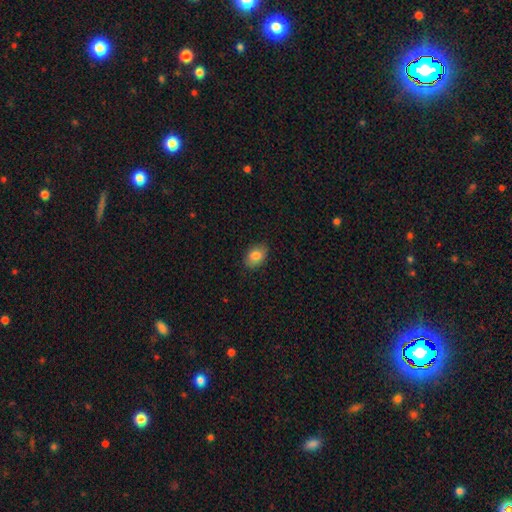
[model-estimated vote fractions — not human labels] Smooth or featured: smooth — 84% (featured or disk — 9%)
How rounded: in between — 83% (round — 16%)
Merging: none — 86% (minor disturbance — 11%)